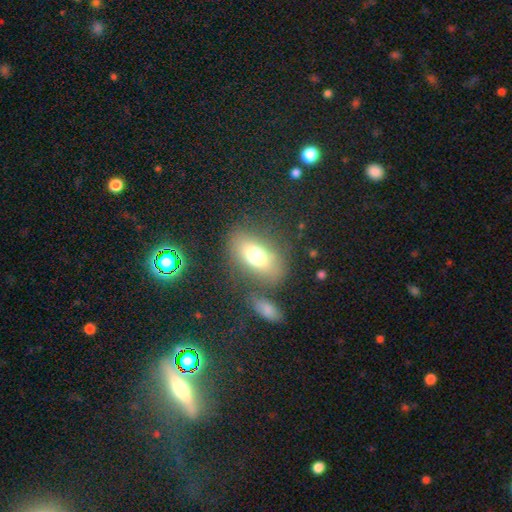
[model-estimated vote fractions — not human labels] Overall: smooth (68%). How rounded: in between (79%). Merging: none (71%).